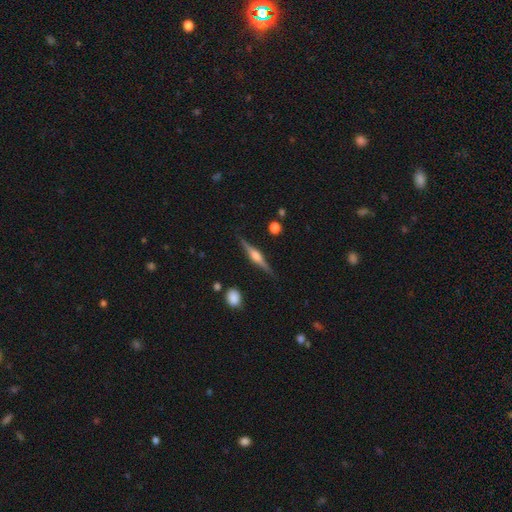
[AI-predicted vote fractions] Overall: featured or disk (79%). Edge-on disk: yes (98%). Edge-on bulge: rounded (88%). Merging: none (88%).